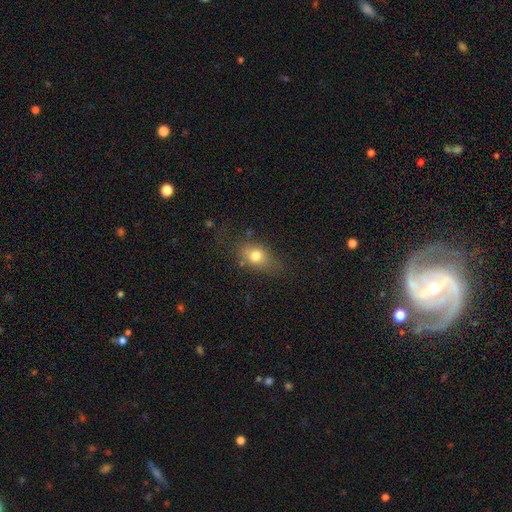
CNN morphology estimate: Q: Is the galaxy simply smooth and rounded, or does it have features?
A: smooth — 74%.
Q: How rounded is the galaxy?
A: in between — 68%.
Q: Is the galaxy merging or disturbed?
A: none — 61%.